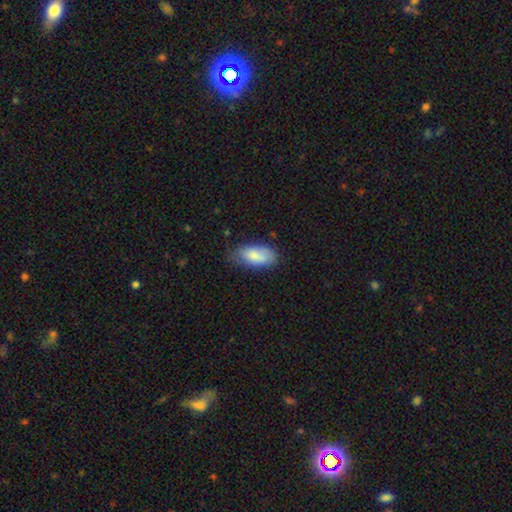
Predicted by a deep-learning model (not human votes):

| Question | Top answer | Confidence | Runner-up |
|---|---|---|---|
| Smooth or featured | smooth | 81% | featured or disk (13%) |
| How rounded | in between | 92% | cigar-shaped (6%) |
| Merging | none | 62% | minor disturbance (29%) |